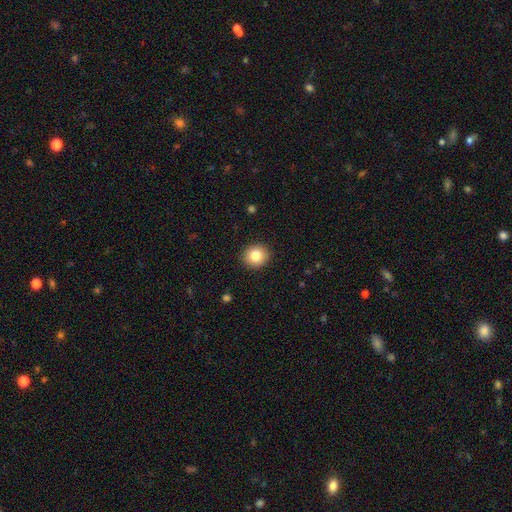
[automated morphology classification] smooth 82%, star or artifact 9%, featured or disk 8%. Down the decision tree: how rounded — round (83%); merging — none (91%).